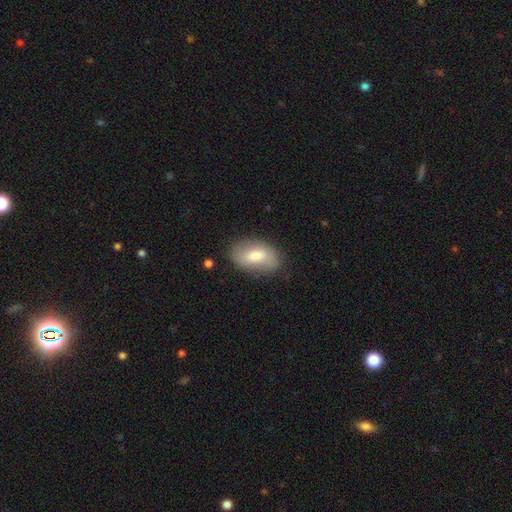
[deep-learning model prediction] This is likely a smooth galaxy (69%). How rounded: clearly in between (90%). Merging: clearly none (80%).